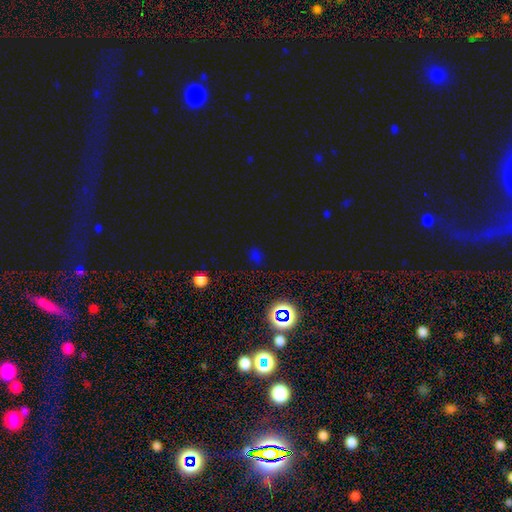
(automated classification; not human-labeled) star or artifact 58%, smooth 36%, featured or disk 7%.